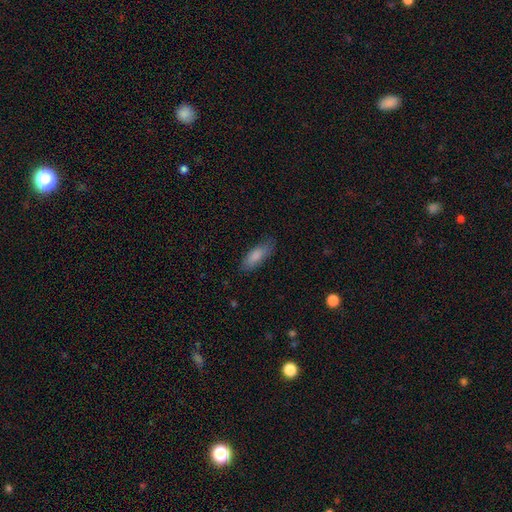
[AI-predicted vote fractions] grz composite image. It shows a smooth galaxy with no disk features (85%) that is in between round and cigar-shaped (66%). Merging: none (77%).